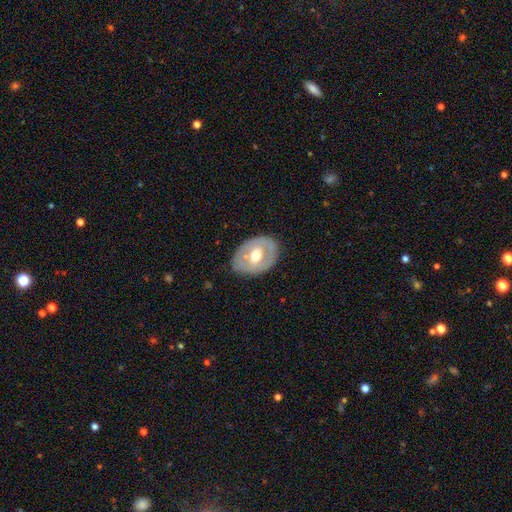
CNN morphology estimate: Smooth or featured: featured or disk — 55% (smooth — 40%)
Edge-on disk: no — 92% (yes — 8%)
Bar: no — 59% (weak — 29%)
Spiral arms: no — 80% (yes — 20%)
Bulge size: moderate — 74% (small — 13%)
Merging: none — 77% (minor disturbance — 17%)